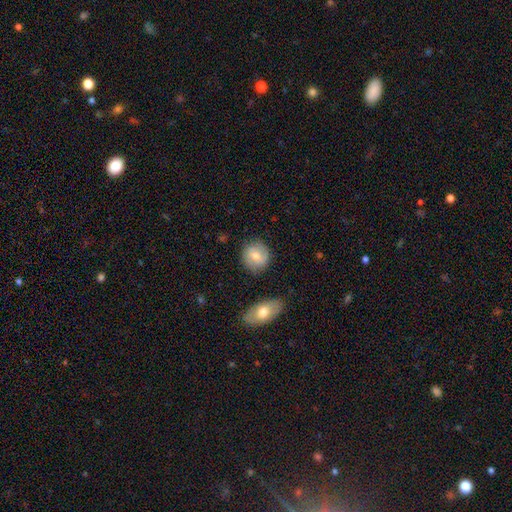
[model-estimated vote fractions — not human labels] A smooth galaxy with no disk features (60%) that is round (77%).

Vote fractions:
- Smooth or featured? smooth: 60% / featured or disk: 32% / star or artifact: 8%
- How rounded? round: 77% / in between: 22% / cigar-shaped: 1%
- Merging? none: 82% / minor disturbance: 12% / merger: 3% / major disturbance: 3%